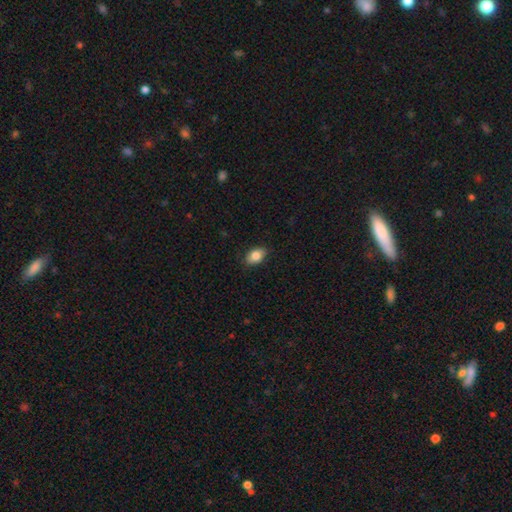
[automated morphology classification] A smooth galaxy with no disk features (81%) that is in between round and cigar-shaped (86%). Merging: none (85%).